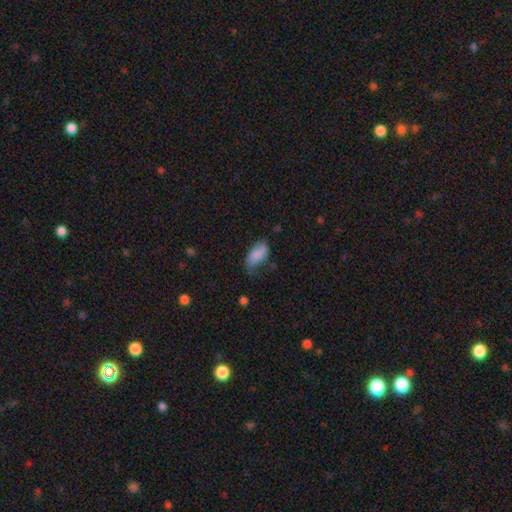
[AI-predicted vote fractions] smooth 78%, featured or disk 14%, star or artifact 8%. Down the decision tree: how rounded — in between (93%); merging — none (47%).